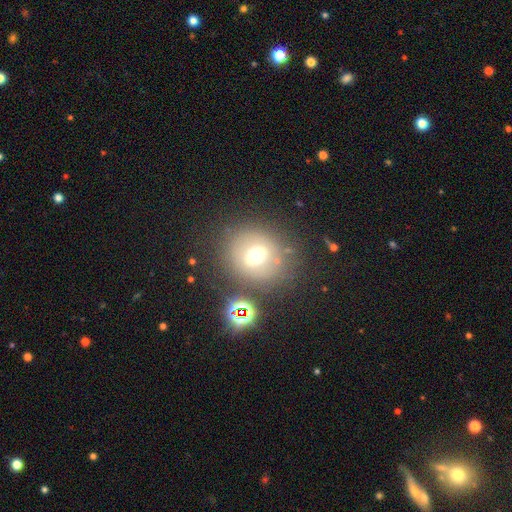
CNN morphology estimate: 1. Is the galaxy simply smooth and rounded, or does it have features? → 51% smooth, 29% featured or disk, 20% star or artifact.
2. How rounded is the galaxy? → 79% round, 20% in between, 1% cigar-shaped.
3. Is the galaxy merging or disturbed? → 72% none, 12% minor disturbance, 9% merger, 7% major disturbance.